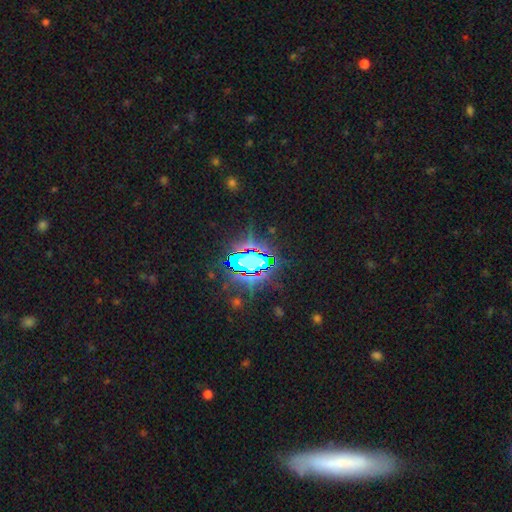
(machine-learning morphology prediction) This appears to be a star or artifact, not a galaxy (80%).